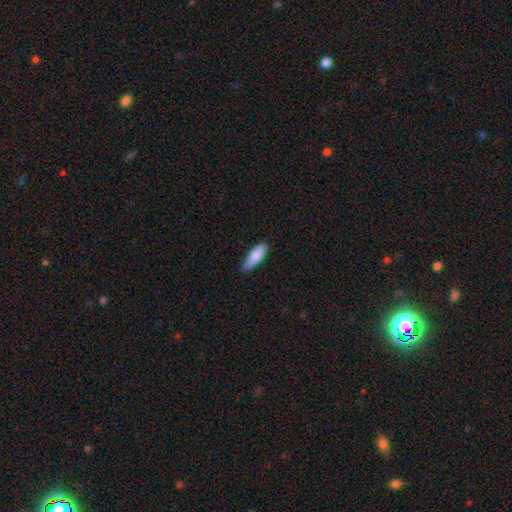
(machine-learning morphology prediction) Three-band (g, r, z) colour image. It shows a smooth galaxy with no disk features (84%) that is cigar-shaped (52%). Merging: none (80%).